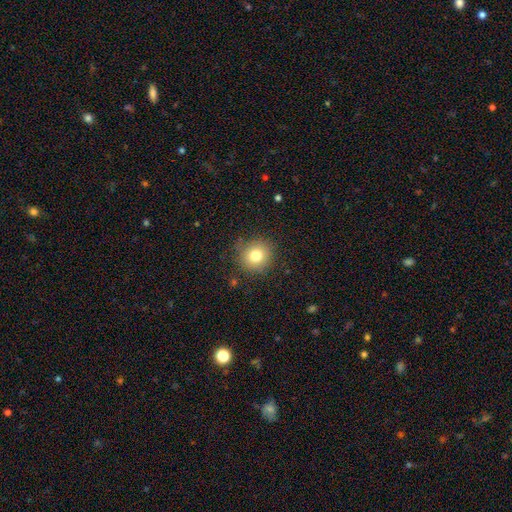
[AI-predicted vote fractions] Morphology: type=smooth (80%); roundness=round (90%); merging=none (85%).